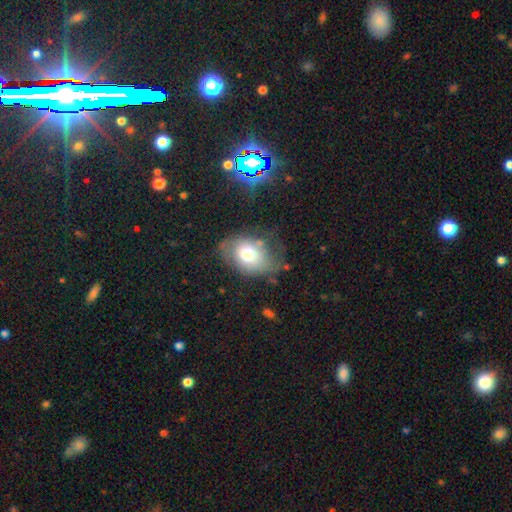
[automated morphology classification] A smooth galaxy with no disk features (64%) that is in between round and cigar-shaped (72%).

Vote fractions:
- Smooth or featured? smooth: 64% / featured or disk: 23% / star or artifact: 13%
- How rounded? in between: 72% / round: 27% / cigar-shaped: 1%
- Merging? none: 56% / minor disturbance: 27% / major disturbance: 13% / merger: 4%